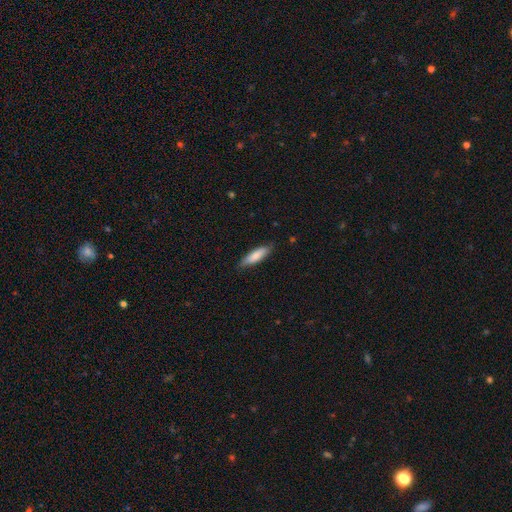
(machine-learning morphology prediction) smooth 81%, featured or disk 14%, star or artifact 6%. Down the decision tree: how rounded — cigar-shaped (63%); merging — none (84%).